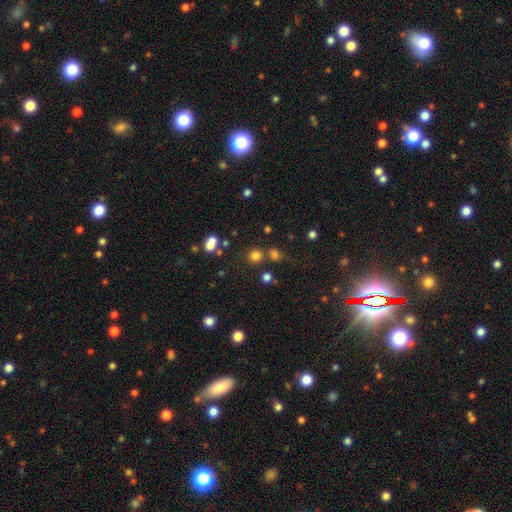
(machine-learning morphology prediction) Smooth or featured?
  - smooth: 74% *
  - star or artifact: 19%
  - featured or disk: 6%
How rounded?
  - round: 88% *
  - in between: 11%
  - cigar-shaped: 1%
Merging?
  - none: 73% *
  - merger: 14%
  - minor disturbance: 8%
  - major disturbance: 4%